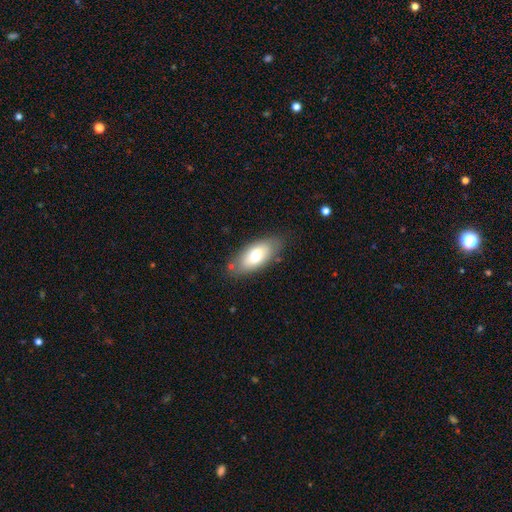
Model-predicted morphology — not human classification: Overall: smooth (71%). How rounded: in between (87%). Merging: none (77%).